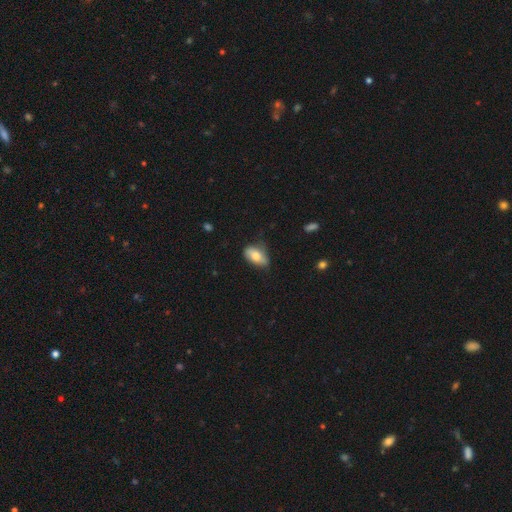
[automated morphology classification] A smooth galaxy with no disk features (74%) that is in between round and cigar-shaped (91%). Merging: none (61%).